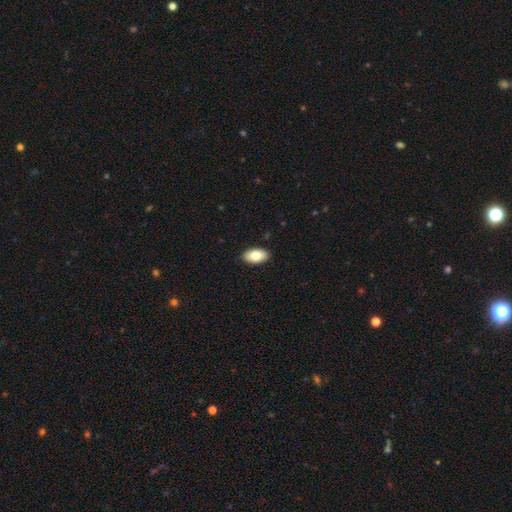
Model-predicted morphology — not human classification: A smooth galaxy with no disk features (79%) that is in between round and cigar-shaped (94%).

Vote fractions:
- Smooth or featured? smooth: 79% / featured or disk: 14% / star or artifact: 7%
- How rounded? in between: 94% / round: 4% / cigar-shaped: 2%
- Merging? none: 90% / minor disturbance: 7% / major disturbance: 2% / merger: 1%